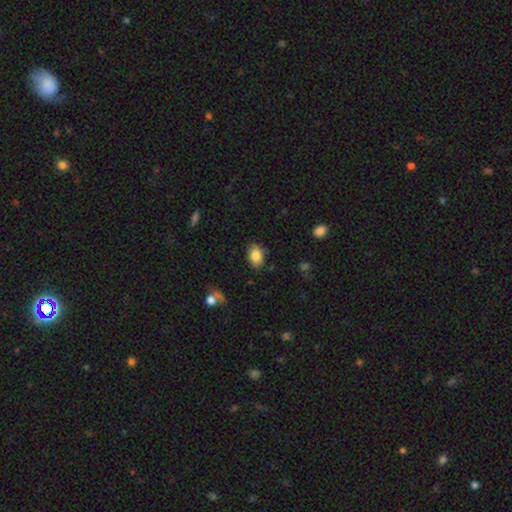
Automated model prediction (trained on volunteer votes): This is clearly a smooth galaxy (85%). How rounded: clearly in between (81%). Merging: clearly none (84%).